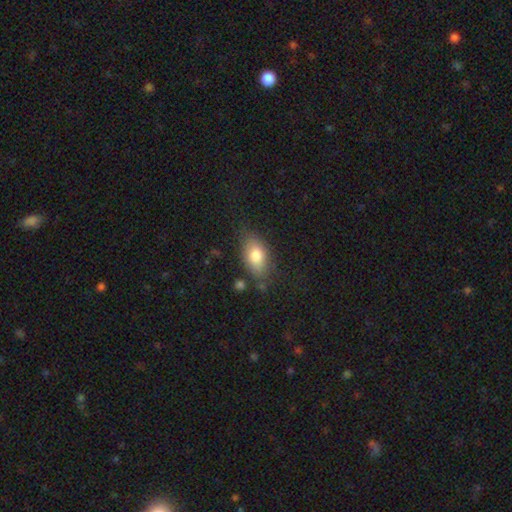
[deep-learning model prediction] Smooth or featured?
  - smooth: 79% *
  - featured or disk: 14%
  - star or artifact: 7%
How rounded?
  - in between: 89% *
  - round: 8%
  - cigar-shaped: 4%
Merging?
  - none: 73% *
  - minor disturbance: 19%
  - major disturbance: 5%
  - merger: 3%